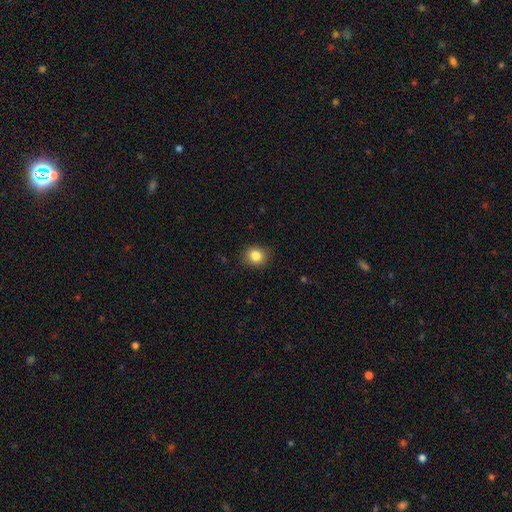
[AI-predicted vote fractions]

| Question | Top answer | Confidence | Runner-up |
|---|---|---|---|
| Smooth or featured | smooth | 84% | star or artifact (10%) |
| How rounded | round | 76% | in between (23%) |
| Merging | none | 87% | minor disturbance (10%) |